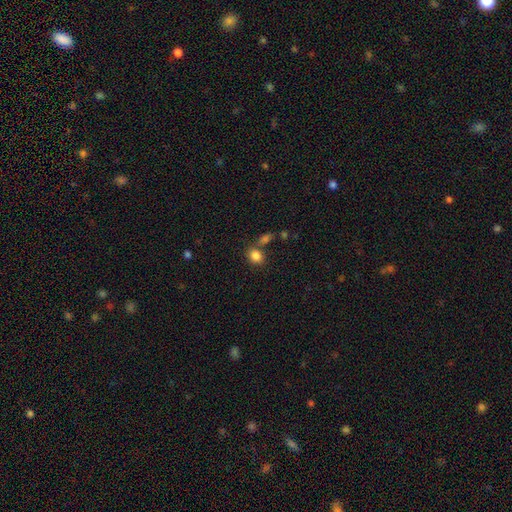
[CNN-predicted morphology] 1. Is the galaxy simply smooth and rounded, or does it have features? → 84% smooth, 10% star or artifact, 5% featured or disk.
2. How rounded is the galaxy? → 53% in between, 46% round, 1% cigar-shaped.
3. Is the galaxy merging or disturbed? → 62% none, 22% merger, 12% minor disturbance, 4% major disturbance.